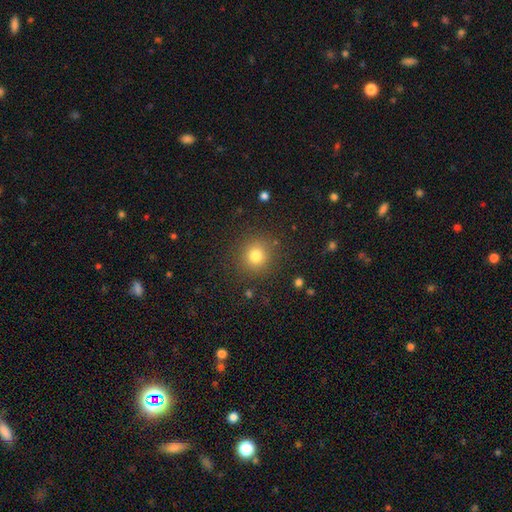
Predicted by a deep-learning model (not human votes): Smooth or featured? smooth (78%)
How rounded? round (92%)
Merging? none (88%)